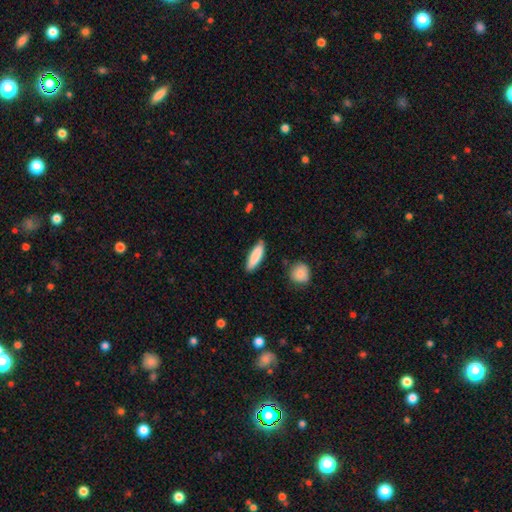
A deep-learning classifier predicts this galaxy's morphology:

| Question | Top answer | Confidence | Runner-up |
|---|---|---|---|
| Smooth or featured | smooth | 86% | featured or disk (9%) |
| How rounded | cigar-shaped | 63% | in between (36%) |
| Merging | none | 84% | minor disturbance (11%) |